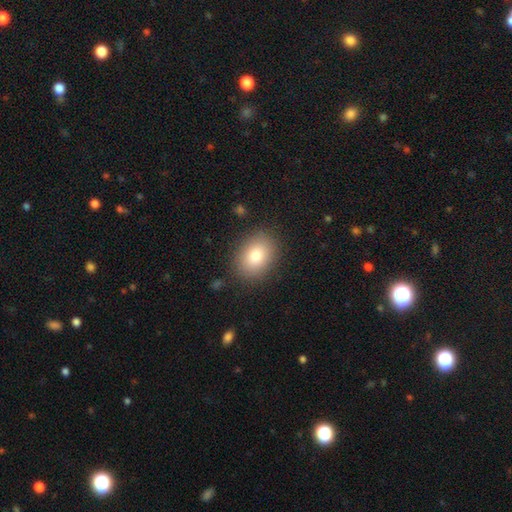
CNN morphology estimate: Q: Smooth or featured?
A: smooth (81%); runner-up: featured or disk (10%)
Q: How rounded?
A: in between (67%); runner-up: round (32%)
Q: Merging?
A: none (86%); runner-up: minor disturbance (9%)